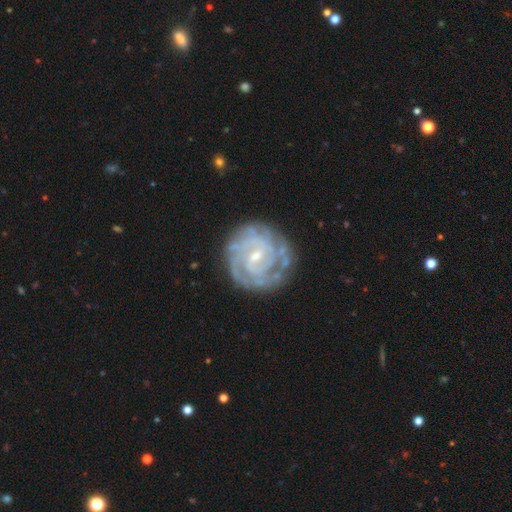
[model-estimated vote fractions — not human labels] Smooth or featured? Predicted: featured or disk (p=0.86). Edge-on disk? Predicted: no (p=0.98). Bar? Predicted: weak (p=0.49). Spiral arms? Predicted: yes (p=0.96). Spiral winding? Predicted: tight (p=0.76). Spiral arm count? Predicted: can't tell (p=0.33). Bulge size? Predicted: small (p=0.63). Merging? Predicted: none (p=0.76).